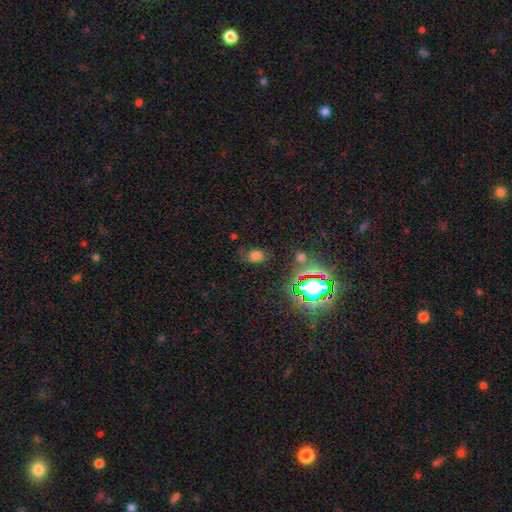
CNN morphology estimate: This is likely a smooth galaxy (62%). How rounded: likely in between (61%). Merging: likely none (62%).